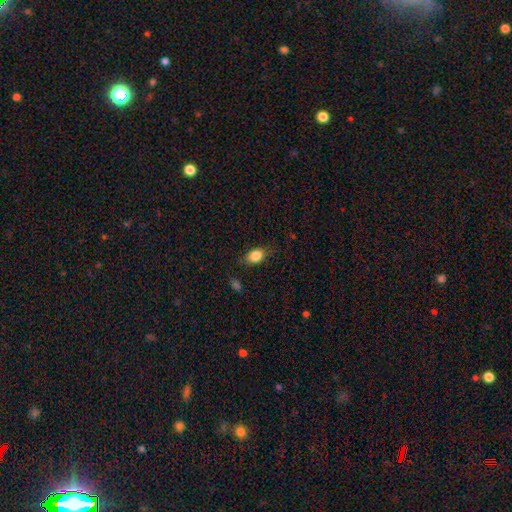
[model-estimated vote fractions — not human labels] Q: Smooth or featured?
A: smooth (84%); runner-up: star or artifact (8%)
Q: How rounded?
A: in between (77%); runner-up: round (20%)
Q: Merging?
A: none (77%); runner-up: minor disturbance (17%)